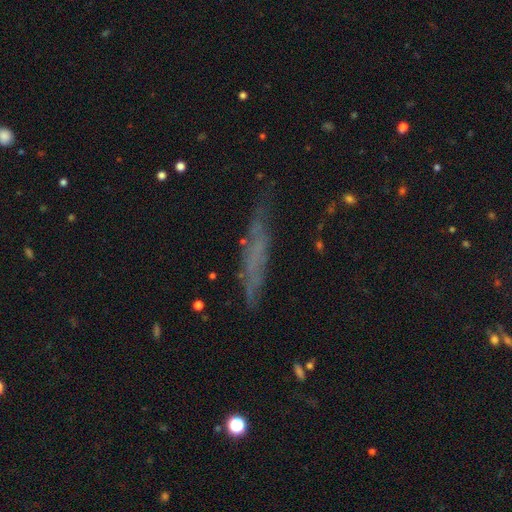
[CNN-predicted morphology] Smooth or featured: smooth — 42% (featured or disk — 41%)
Merging: none — 72% (minor disturbance — 19%)